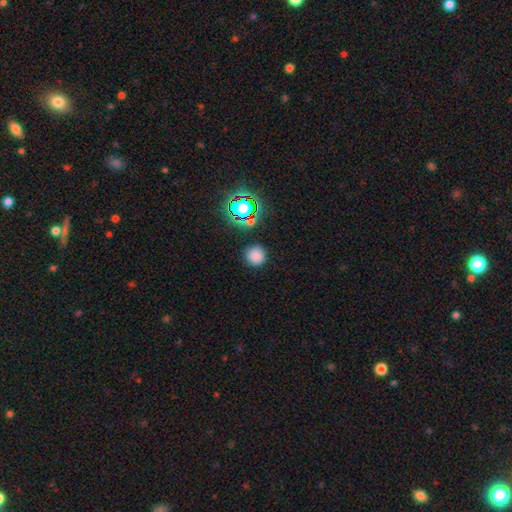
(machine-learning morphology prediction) Q: Smooth or featured?
A: smooth (77%); runner-up: star or artifact (17%)
Q: How rounded?
A: round (93%); runner-up: in between (6%)
Q: Merging?
A: none (87%); runner-up: minor disturbance (8%)